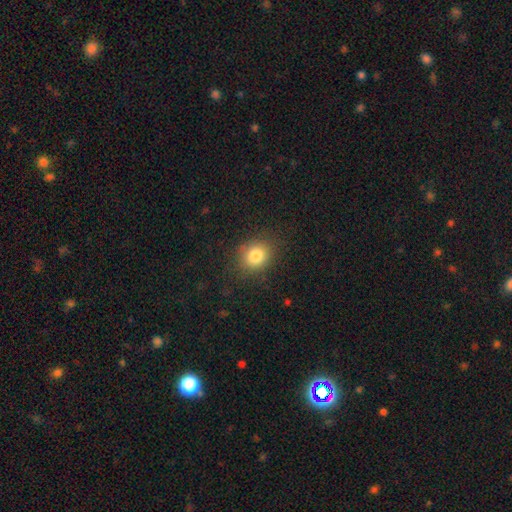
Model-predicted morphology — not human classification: Q: Smooth or featured?
A: smooth (82%); runner-up: star or artifact (11%)
Q: How rounded?
A: round (70%); runner-up: in between (29%)
Q: Merging?
A: none (84%); runner-up: minor disturbance (11%)